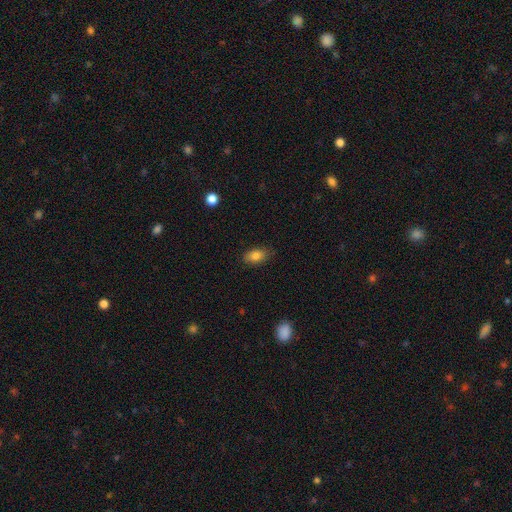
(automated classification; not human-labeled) Smooth or featured? smooth (82%)
How rounded? in between (88%)
Merging? none (84%)